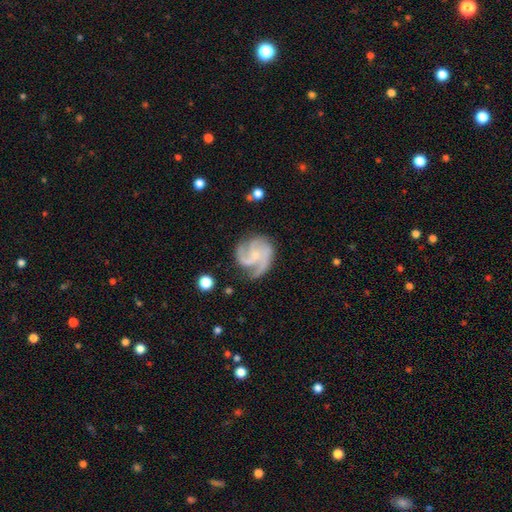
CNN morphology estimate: A featured or disk galaxy (88%) with no bar (66%), 3 (65%) medium (51%) spiral arms (98%) and a small central bulge (67%). Merging: none (70%).